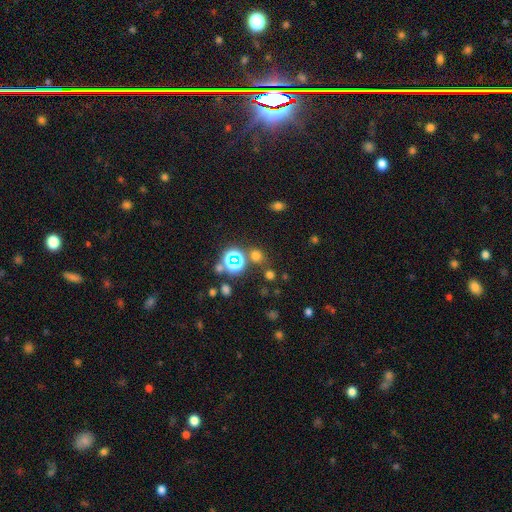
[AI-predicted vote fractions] This is possibly a smooth galaxy (58%). How rounded: clearly round (83%). Merging: likely none (77%).